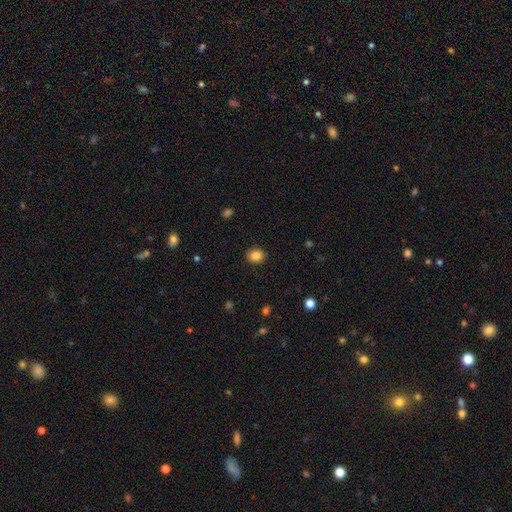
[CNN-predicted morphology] This appears to be a smooth galaxy with no disk features (86%) that is round (65%). Merging: none (89%).